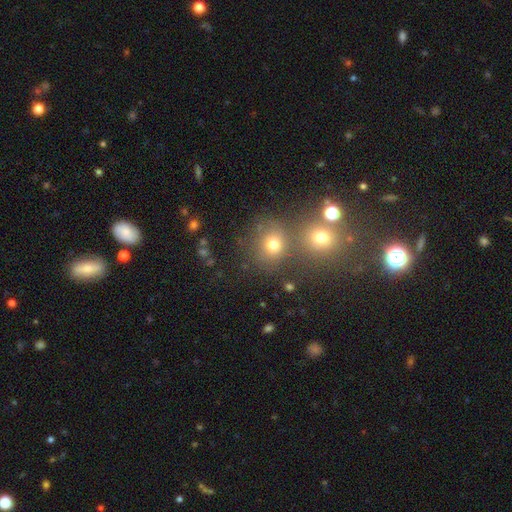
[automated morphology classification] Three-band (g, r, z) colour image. It shows a smooth galaxy with no disk features (54%) that is round (81%). Merging: none (62%).